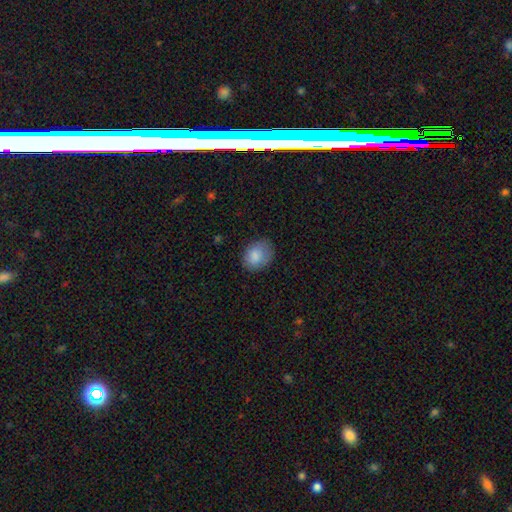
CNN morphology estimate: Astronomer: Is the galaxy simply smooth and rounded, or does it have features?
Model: smooth — 85%.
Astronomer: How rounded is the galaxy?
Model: in between — 58% (runner-up: round, 41%).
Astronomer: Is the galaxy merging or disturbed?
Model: none — 75%.